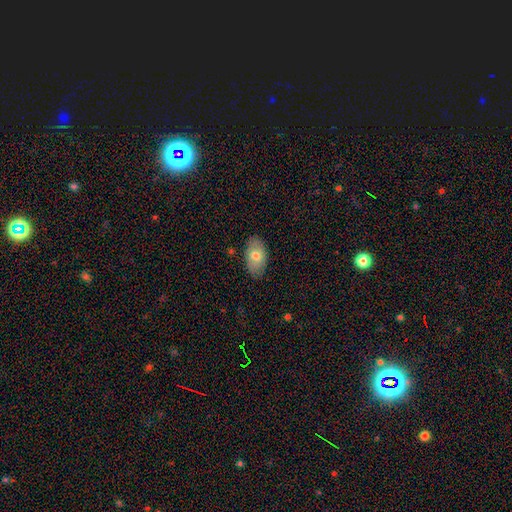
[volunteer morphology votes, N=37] This is likely a smooth galaxy (76%). How rounded: clearly in between (86%). Merging: possibly none (53%).